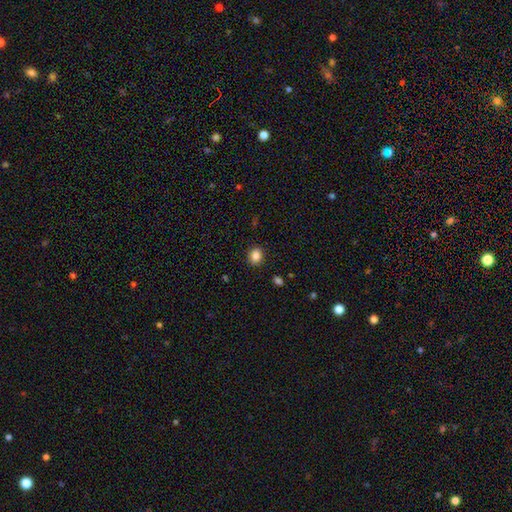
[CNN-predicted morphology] The model was most divided on "how rounded": round: 54%, in between: 45%, cigar-shaped: 1%. More confident: merging — none (88%); smooth or featured — smooth (85%).